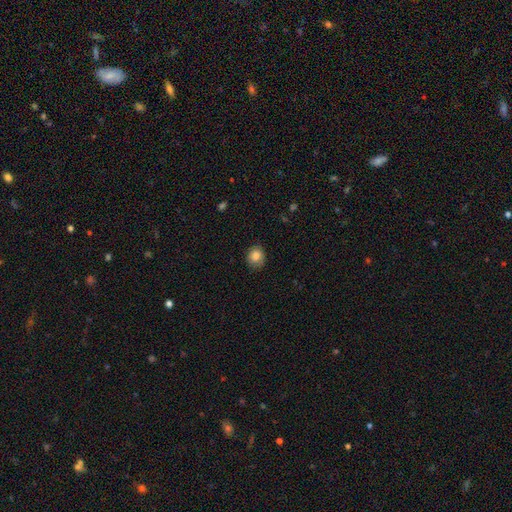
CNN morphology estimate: This is clearly a smooth galaxy (84%). How rounded: likely round (77%). Merging: clearly none (81%).